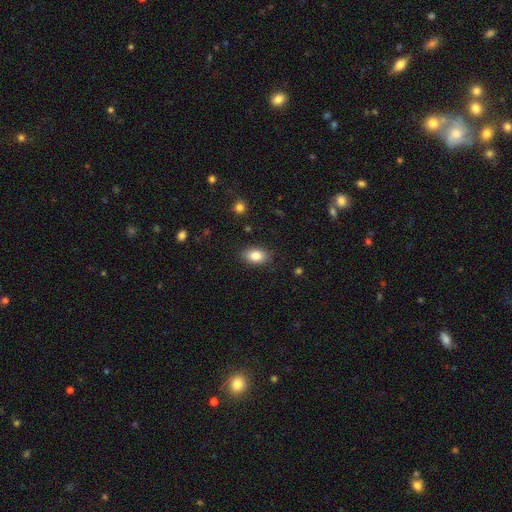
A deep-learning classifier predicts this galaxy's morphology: Smooth or featured?
  - smooth: 83% *
  - featured or disk: 9%
  - star or artifact: 8%
How rounded?
  - in between: 88% *
  - round: 10%
  - cigar-shaped: 2%
Merging?
  - none: 86% *
  - minor disturbance: 10%
  - major disturbance: 2%
  - merger: 1%